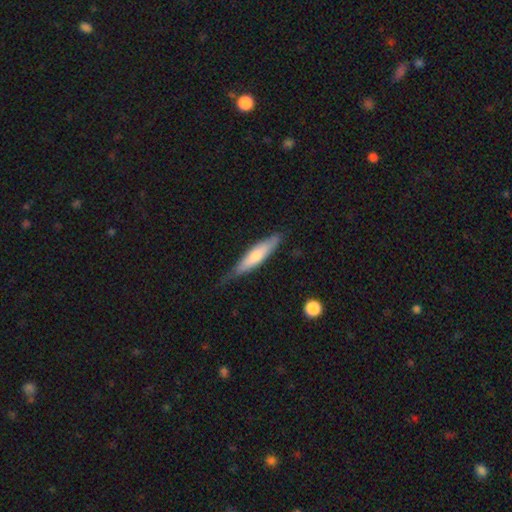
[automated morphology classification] Smooth or featured?
  - smooth: 58% *
  - featured or disk: 37%
  - star or artifact: 5%
How rounded?
  - cigar-shaped: 82% *
  - in between: 16%
  - round: 1%
Merging?
  - none: 70% *
  - minor disturbance: 24%
  - major disturbance: 4%
  - merger: 1%